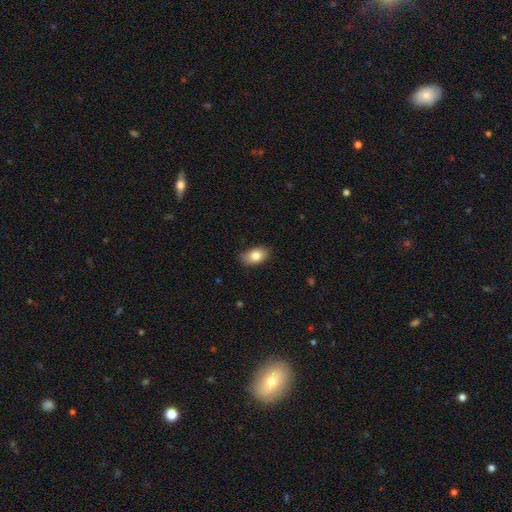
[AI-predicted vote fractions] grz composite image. It shows a smooth galaxy with no disk features (81%) that is in between round and cigar-shaped (89%). Merging: none (79%).